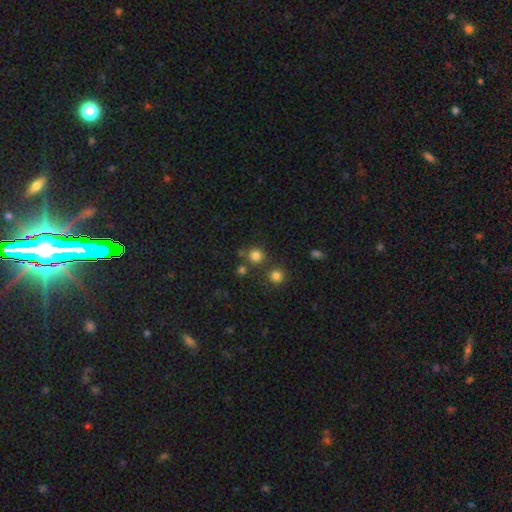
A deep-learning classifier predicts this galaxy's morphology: smooth-or-featured: smooth: 79% | star or artifact: 16% | featured or disk: 5%
  how-rounded: round: 91% | in between: 8% | cigar-shaped: 1%
  merging: none: 74% | merger: 15% | minor disturbance: 8% | major disturbance: 3%